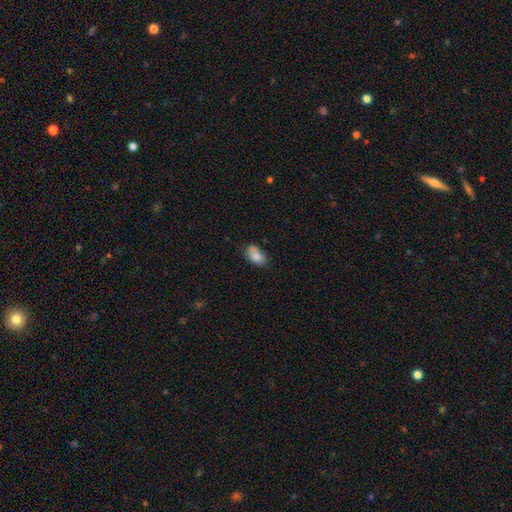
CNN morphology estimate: Overall: smooth (79%). How rounded: in between (88%). Merging: none (50%; minor disturbance 27%).